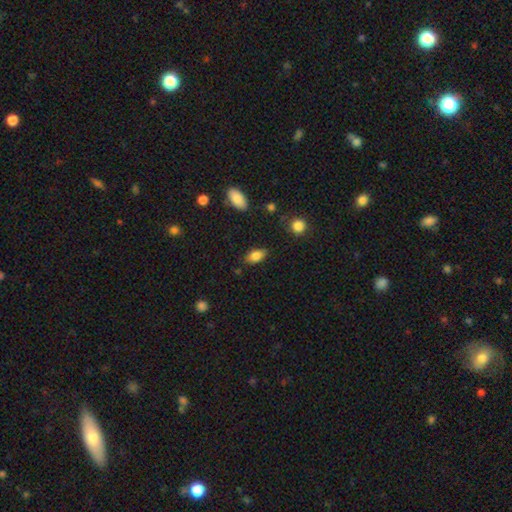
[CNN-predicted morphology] Smooth or featured?
  - smooth: 82% *
  - featured or disk: 10%
  - star or artifact: 8%
How rounded?
  - in between: 90% *
  - round: 6%
  - cigar-shaped: 4%
Merging?
  - none: 82% *
  - minor disturbance: 14%
  - major disturbance: 3%
  - merger: 2%